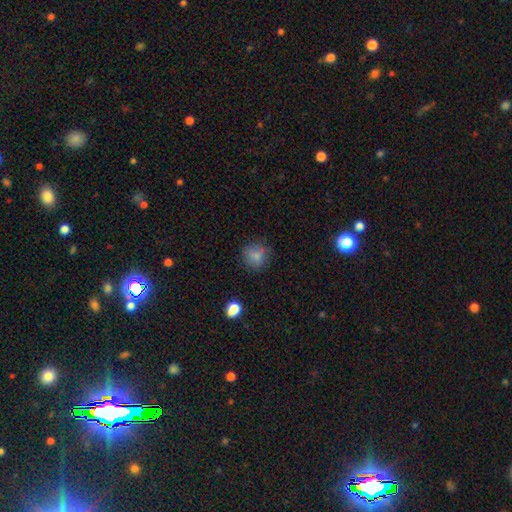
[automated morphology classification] Q: Smooth or featured?
A: smooth (80%); runner-up: star or artifact (12%)
Q: How rounded?
A: round (82%); runner-up: in between (17%)
Q: Merging?
A: none (77%); runner-up: minor disturbance (16%)